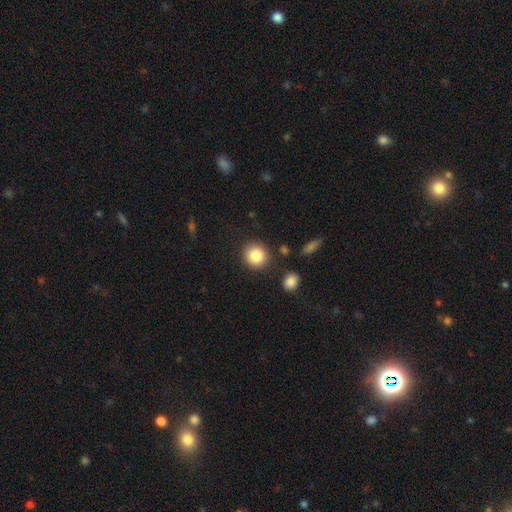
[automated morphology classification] This appears to be a smooth galaxy with no disk features (87%) that is round (89%). Merging: none (85%).